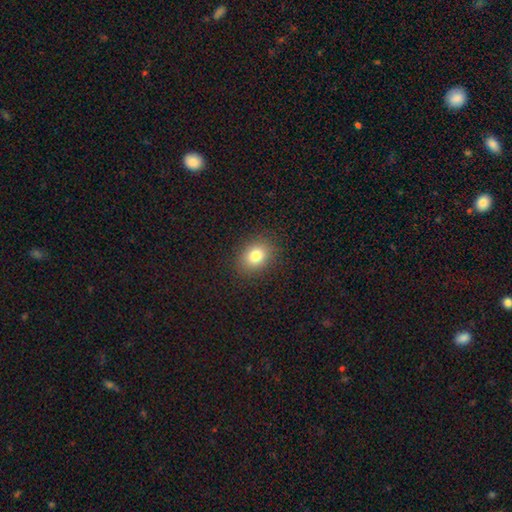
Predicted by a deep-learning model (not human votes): This appears to be a smooth galaxy with no disk features (80%) that is in between round and cigar-shaped (56%). Merging: none (88%).